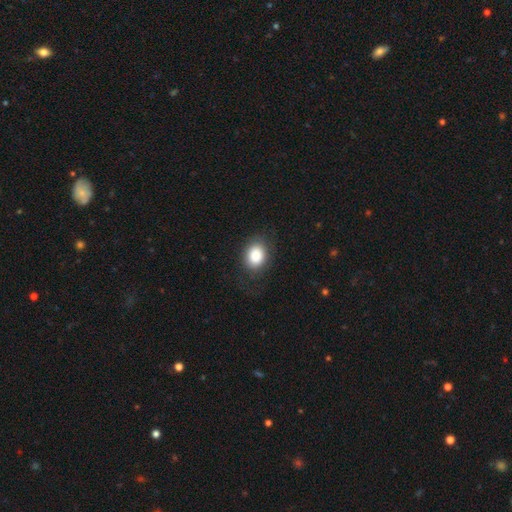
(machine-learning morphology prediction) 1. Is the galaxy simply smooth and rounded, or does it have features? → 85% smooth, 8% star or artifact, 7% featured or disk.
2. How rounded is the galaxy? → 61% in between, 38% round, 1% cigar-shaped.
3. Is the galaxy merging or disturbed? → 79% none, 14% minor disturbance, 6% major disturbance, 1% merger.